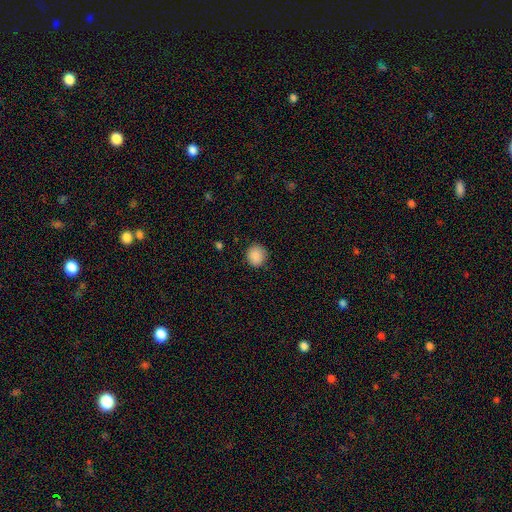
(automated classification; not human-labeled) smooth_or_featured: smooth (p=0.89) [alt: star or artifact p=0.08]
how_rounded: round (p=0.86) [alt: in between p=0.13]
merging: none (p=0.87) [alt: minor disturbance p=0.09]